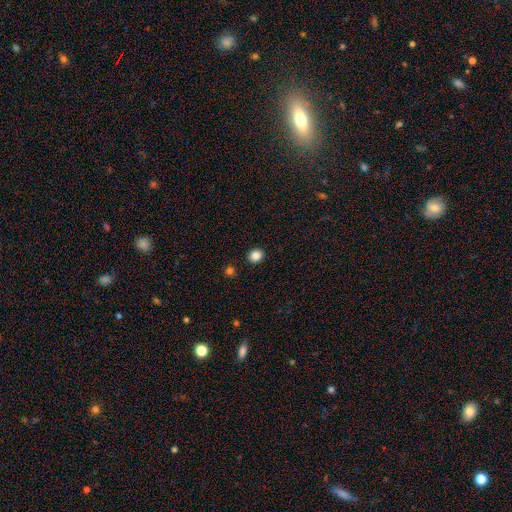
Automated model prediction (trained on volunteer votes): The model was most divided on "how rounded": round: 76%, in between: 24%, cigar-shaped: 1%. More confident: merging — none (91%); smooth or featured — smooth (85%).